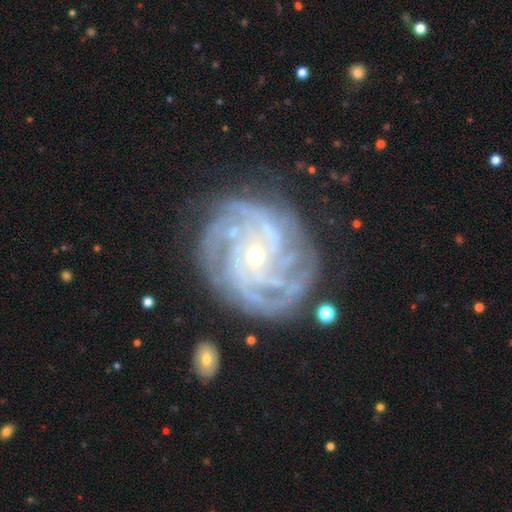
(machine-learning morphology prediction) smooth_or_featured: featured or disk (p=0.90) [alt: star or artifact p=0.06]
disk_edge_on: no (p=0.98) [alt: yes p=0.02]
bar: no (p=0.64) [alt: weak p=0.26]
has_spiral_arms: yes (p=0.98) [alt: no p=0.02]
spiral_winding: tight (p=0.68) [alt: medium p=0.27]
spiral_arm_count: 4 (p=0.30) [alt: 3 p=0.21]
bulge_size: small (p=0.70) [alt: moderate p=0.26]
merging: none (p=0.76) [alt: minor disturbance p=0.15]